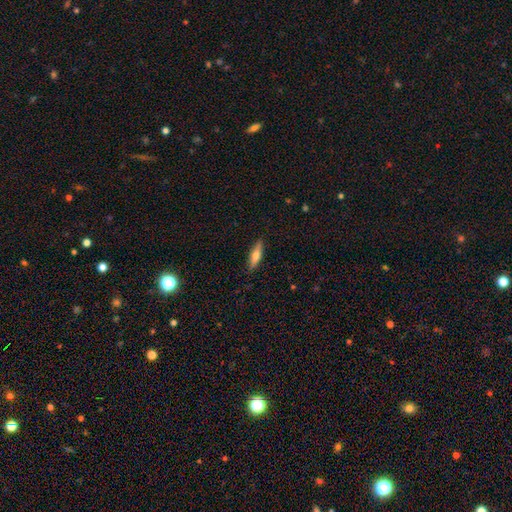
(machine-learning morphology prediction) A smooth galaxy with no disk features (60%) that is cigar-shaped (68%).

Vote fractions:
- Smooth or featured? smooth: 60% / featured or disk: 34% / star or artifact: 6%
- How rounded? cigar-shaped: 68% / in between: 30% / round: 2%
- Merging? none: 88% / minor disturbance: 9% / major disturbance: 2% / merger: 1%